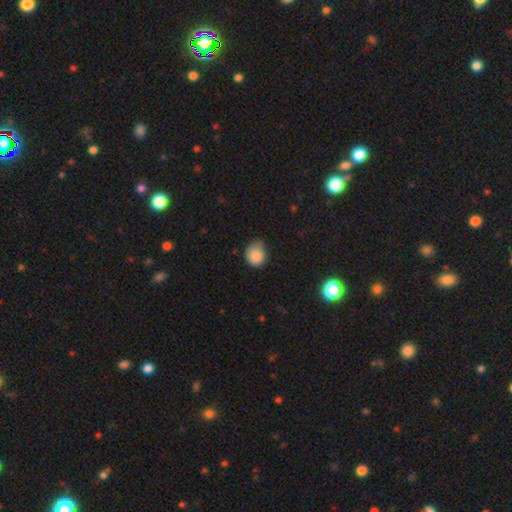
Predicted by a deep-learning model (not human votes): The model was most divided on "merging": none: 51%, minor disturbance: 39%, major disturbance: 8%, merger: 2%. More confident: smooth or featured — smooth (83%); how rounded — round (66%).